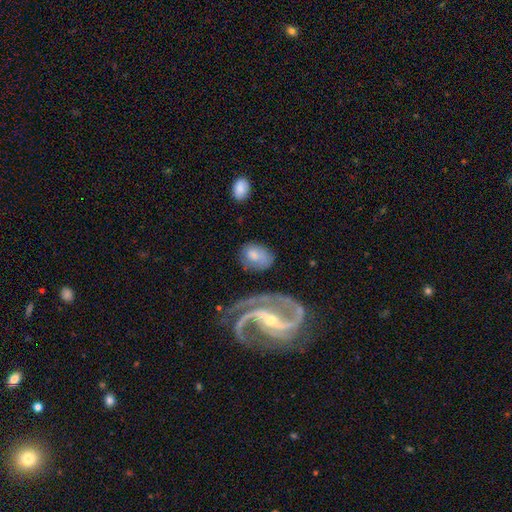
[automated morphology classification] Smooth or featured? smooth (58%)
How rounded? in between (73%)
Merging? none (57%)